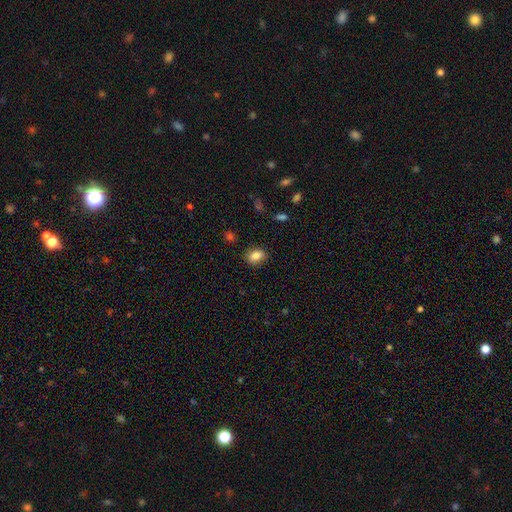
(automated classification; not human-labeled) The model was most divided on "how rounded": in between: 71%, round: 28%, cigar-shaped: 2%. More confident: merging — none (85%); smooth or featured — smooth (85%).